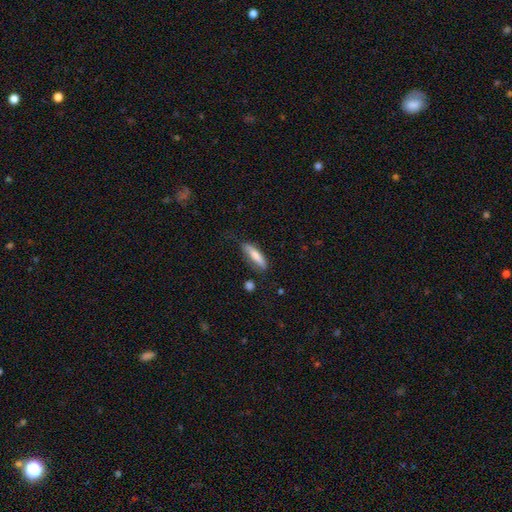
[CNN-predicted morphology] Q: Smooth or featured?
A: smooth (76%); runner-up: featured or disk (18%)
Q: How rounded?
A: cigar-shaped (67%); runner-up: in between (31%)
Q: Merging?
A: none (64%); runner-up: minor disturbance (25%)